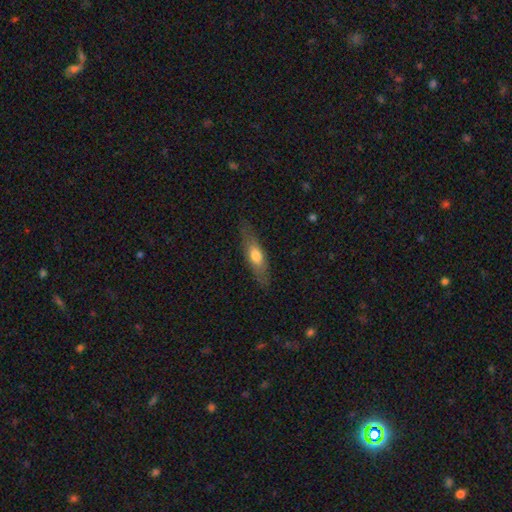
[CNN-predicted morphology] A smooth galaxy with no disk features (61%) that is cigar-shaped (49%).

Vote fractions:
- Smooth or featured? smooth: 61% / featured or disk: 33% / star or artifact: 6%
- How rounded? cigar-shaped: 49% / in between: 48% / round: 3%
- Merging? none: 80% / minor disturbance: 15% / major disturbance: 4% / merger: 1%